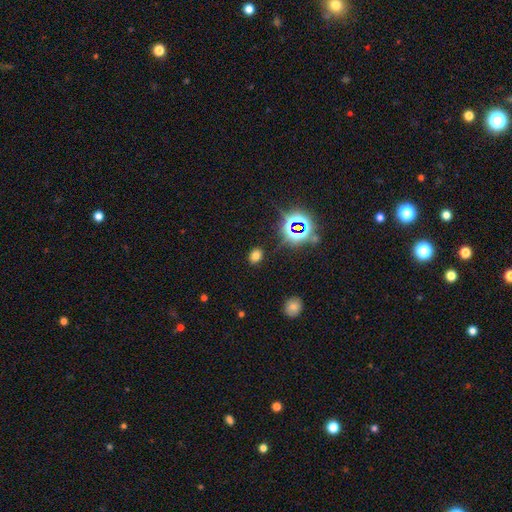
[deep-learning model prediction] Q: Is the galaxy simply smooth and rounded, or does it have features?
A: smooth — 66%.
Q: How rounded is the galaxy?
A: in between — 69%.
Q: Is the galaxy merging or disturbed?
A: none — 85%.